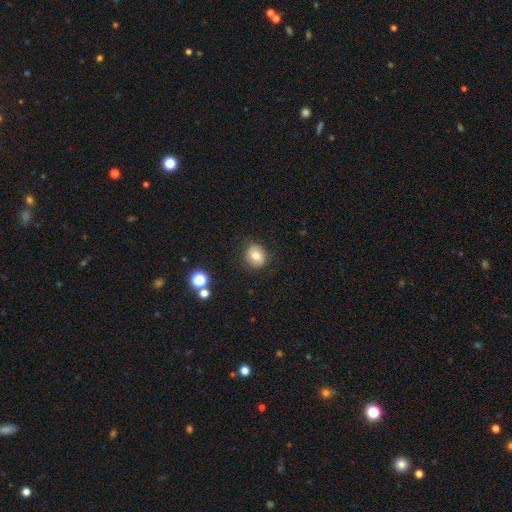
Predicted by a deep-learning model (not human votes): Smooth or featured? Predicted: smooth (p=0.74). How rounded? Predicted: round (p=0.78). Merging? Predicted: none (p=0.87).